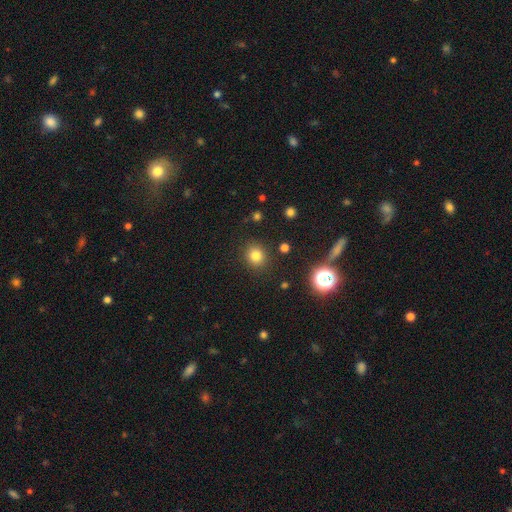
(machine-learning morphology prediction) The model was most divided on "how rounded": round: 81%, in between: 18%, cigar-shaped: 1%. More confident: merging — none (88%); smooth or featured — smooth (80%).